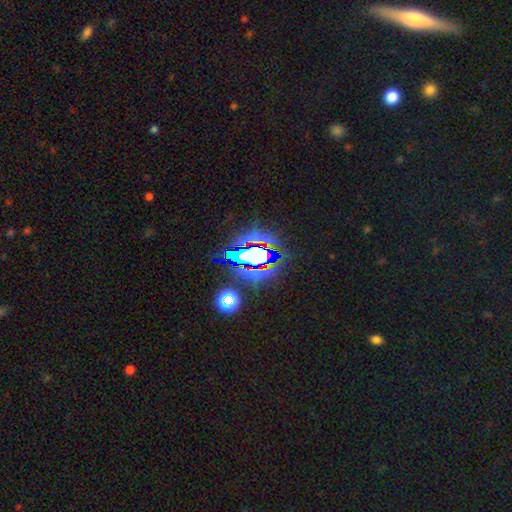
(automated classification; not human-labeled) Morphology: type=star or artifact (60%).